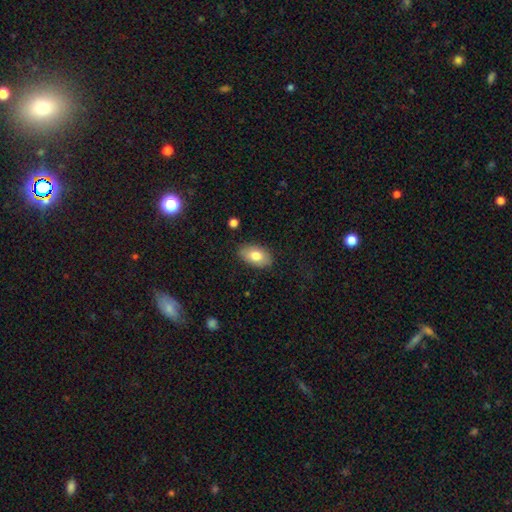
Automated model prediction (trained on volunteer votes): Smooth or featured? smooth (78%)
How rounded? in between (92%)
Merging? none (85%)